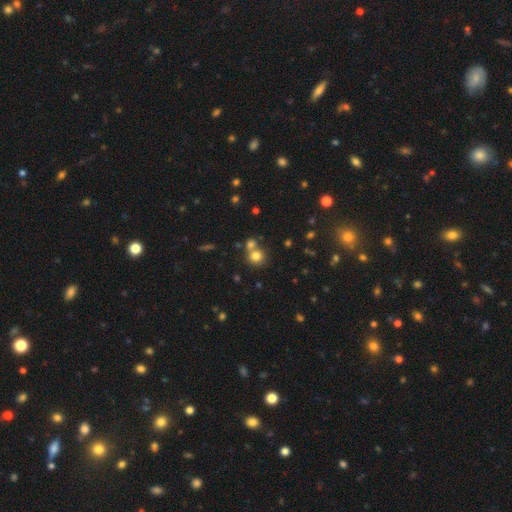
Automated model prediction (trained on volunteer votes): Smooth or featured?
  - smooth: 77% *
  - star or artifact: 14%
  - featured or disk: 9%
How rounded?
  - round: 85% *
  - in between: 14%
  - cigar-shaped: 1%
Merging?
  - none: 53% *
  - merger: 36%
  - minor disturbance: 8%
  - major disturbance: 3%